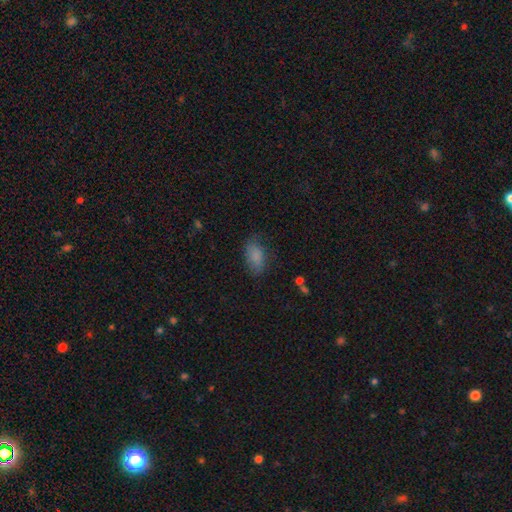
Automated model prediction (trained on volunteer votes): A smooth galaxy with no disk features (83%) that is in between round and cigar-shaped (92%). Merging: none (69%).